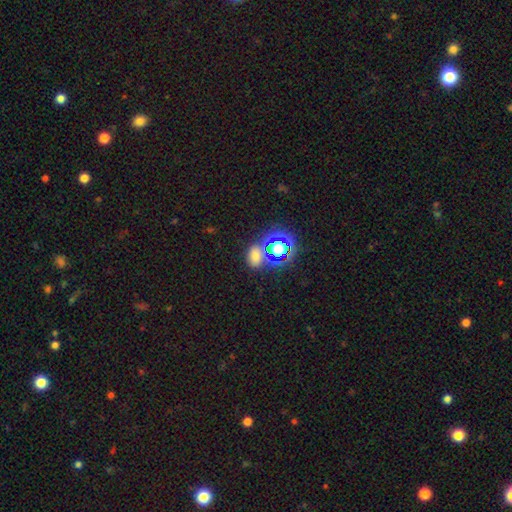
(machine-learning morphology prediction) This appears to be a smooth galaxy with no disk features (58%) that is in between round and cigar-shaped (73%). Merging: none (69%).